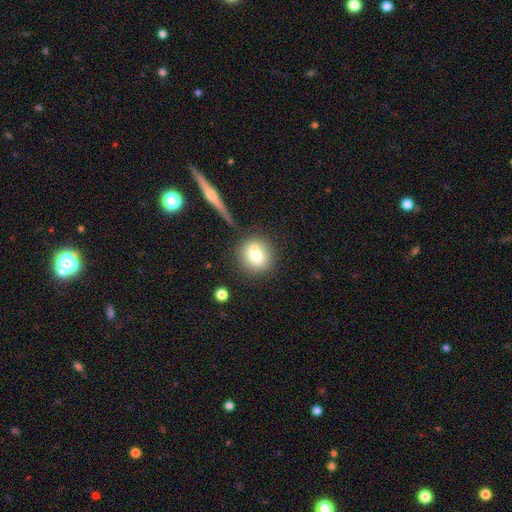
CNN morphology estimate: The model was most divided on "smooth or featured": smooth: 75%, featured or disk: 15%, star or artifact: 10%. More confident: how rounded — round (86%); merging — none (73%).